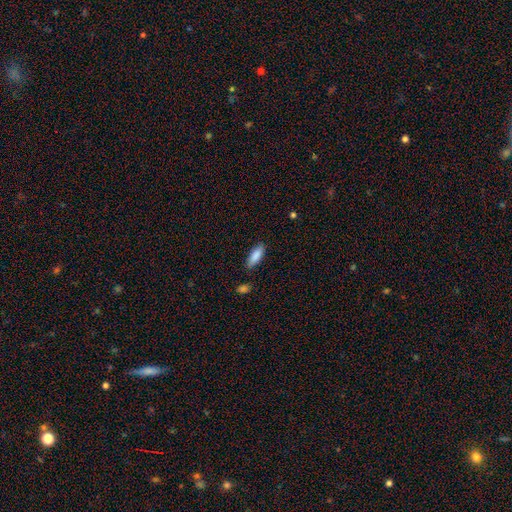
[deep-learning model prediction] smooth-or-featured: smooth: 87% | featured or disk: 7% | star or artifact: 6%
  how-rounded: in between: 69% | cigar-shaped: 29% | round: 2%
  merging: none: 80% | minor disturbance: 14% | major disturbance: 3% | merger: 3%